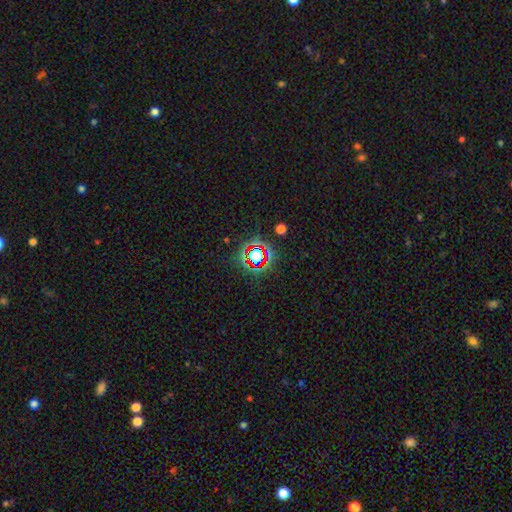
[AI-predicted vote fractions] star or artifact 70%, smooth 19%, featured or disk 11%.